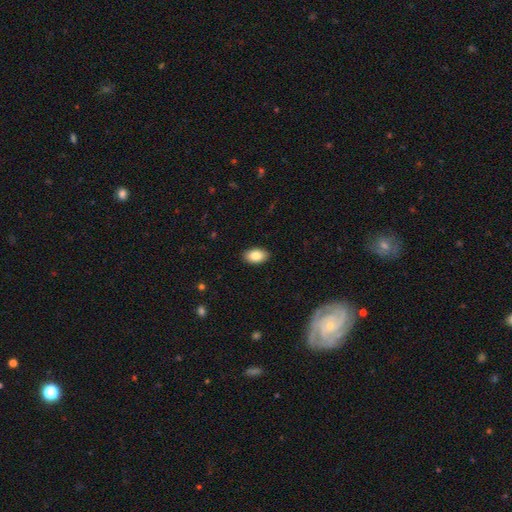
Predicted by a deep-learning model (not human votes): A smooth galaxy with no disk features (84%) that is in between round and cigar-shaped (93%).

Vote fractions:
- Smooth or featured? smooth: 84% / featured or disk: 9% / star or artifact: 7%
- How rounded? in between: 93% / round: 6% / cigar-shaped: 1%
- Merging? none: 90% / minor disturbance: 7% / major disturbance: 2% / merger: 1%